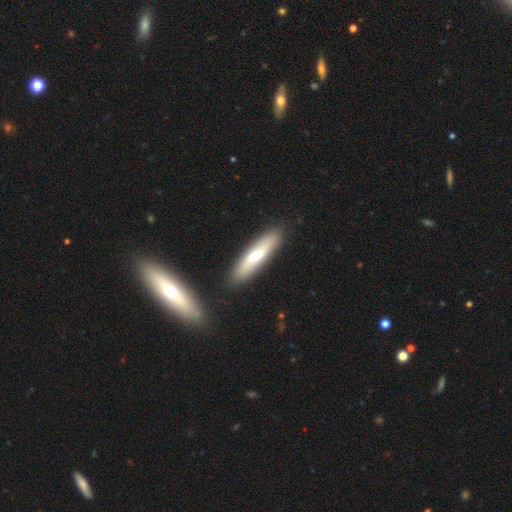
Smooth or featured? 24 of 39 (62%) said smooth. How rounded? 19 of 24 (79%) said cigar-shaped. Merging? 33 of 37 (89%) said none.